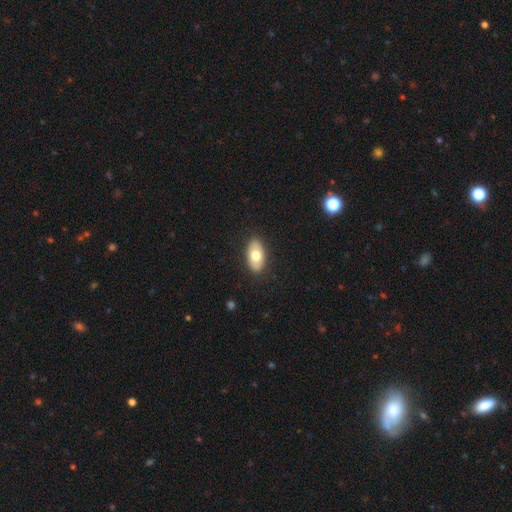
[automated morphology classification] Smooth or featured? smooth (73%)
How rounded? in between (93%)
Merging? none (89%)